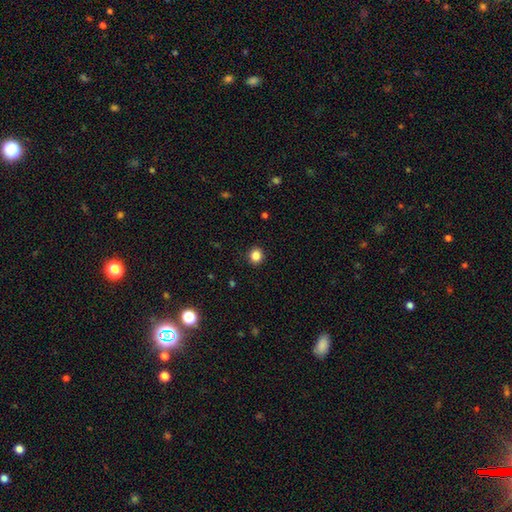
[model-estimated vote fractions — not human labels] smooth-or-featured: smooth: 85% | star or artifact: 11% | featured or disk: 4%
  how-rounded: round: 84% | in between: 15% | cigar-shaped: 1%
  merging: none: 91% | minor disturbance: 6% | major disturbance: 2% | merger: 1%